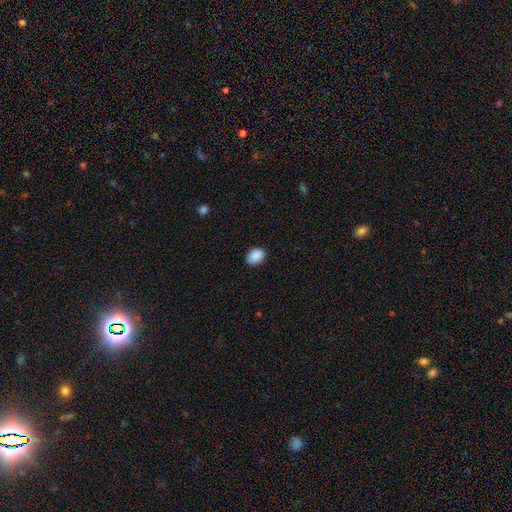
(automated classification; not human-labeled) Smooth or featured? smooth (90%)
How rounded? in between (71%)
Merging? none (87%)